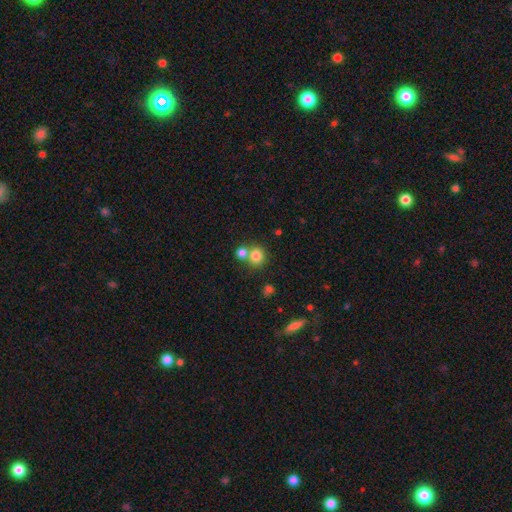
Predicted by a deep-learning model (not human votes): A smooth galaxy with no disk features (80%) that is round (86%). Merging: none (58%).